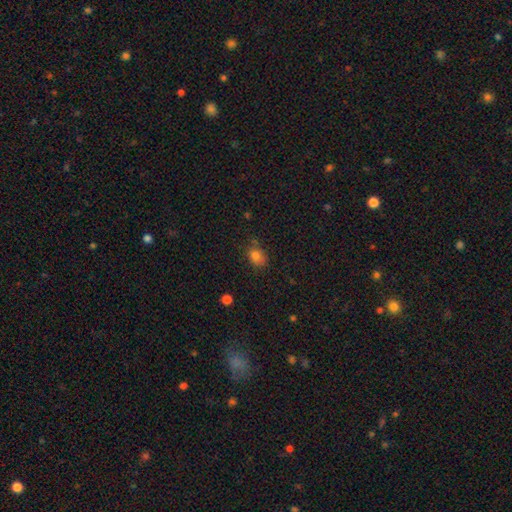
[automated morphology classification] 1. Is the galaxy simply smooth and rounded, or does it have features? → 79% smooth, 13% star or artifact, 8% featured or disk.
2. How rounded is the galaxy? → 56% in between, 43% round, 1% cigar-shaped.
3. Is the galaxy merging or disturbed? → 65% none, 24% minor disturbance, 6% major disturbance, 5% merger.